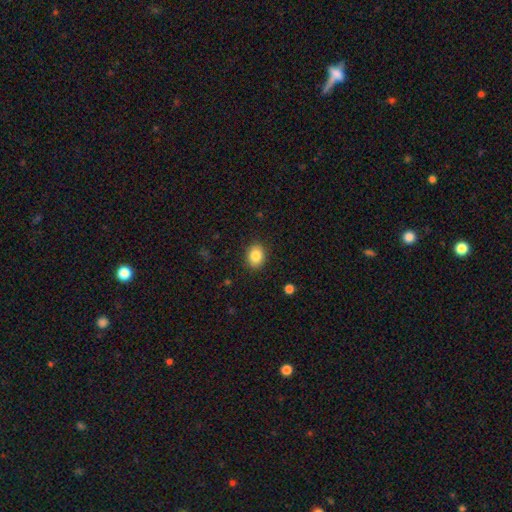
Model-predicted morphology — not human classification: This appears to be a smooth galaxy with no disk features (85%) that is in between round and cigar-shaped (54%). Merging: none (88%).